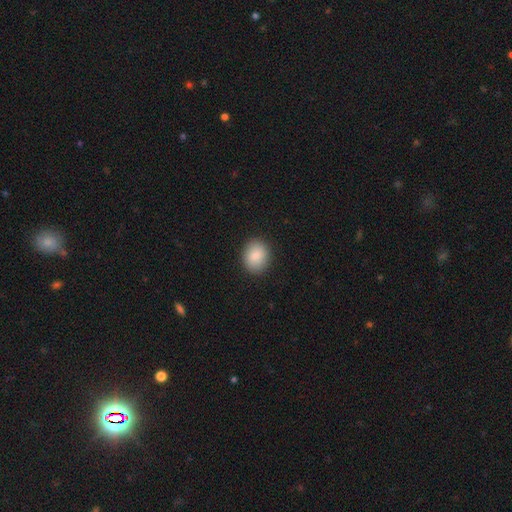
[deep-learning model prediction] smooth 87%, star or artifact 7%, featured or disk 5%. Down the decision tree: how rounded — round (63%); merging — none (89%).